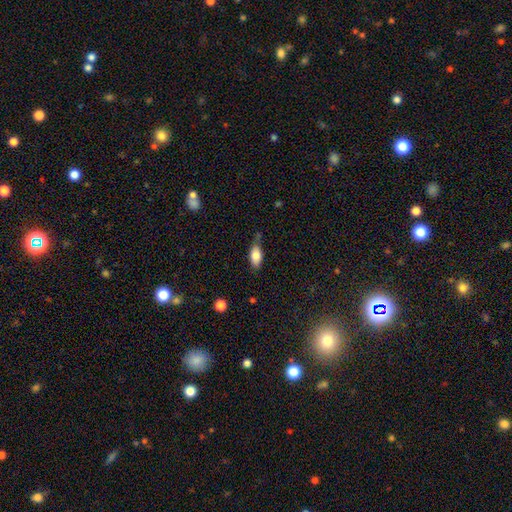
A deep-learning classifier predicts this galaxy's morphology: A smooth galaxy with no disk features (78%) that is in between round and cigar-shaped (86%). Merging: none (58%).